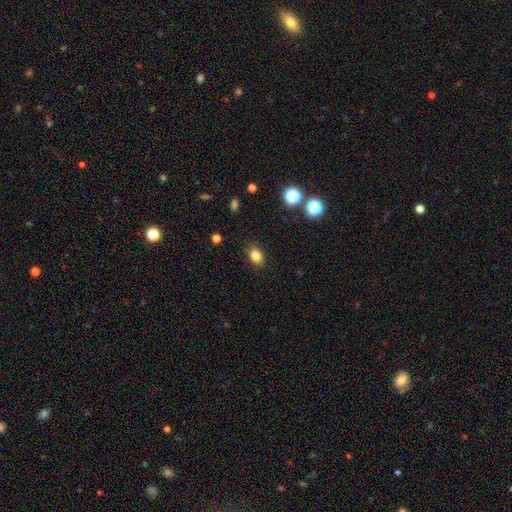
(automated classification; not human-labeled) Overall: smooth (82%). How rounded: in between (77%). Merging: none (88%).